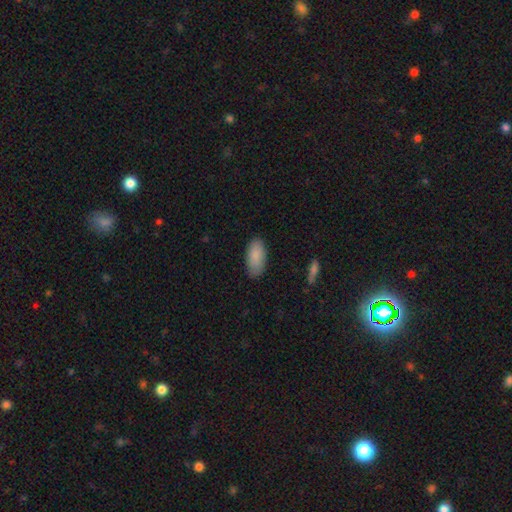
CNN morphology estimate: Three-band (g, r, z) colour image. It shows a smooth galaxy with no disk features (87%) that is in between round and cigar-shaped (92%). Merging: none (83%).